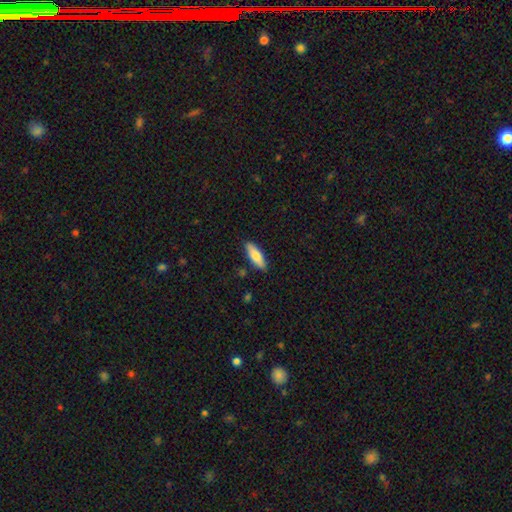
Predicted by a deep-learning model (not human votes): Smooth or featured? Predicted: smooth (p=0.77). How rounded? Predicted: in between (p=0.56). Merging? Predicted: none (p=0.87).